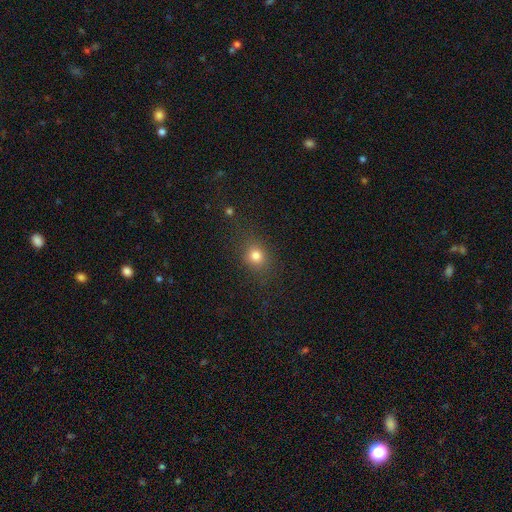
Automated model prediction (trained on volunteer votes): Smooth or featured? Predicted: smooth (p=0.77). How rounded? Predicted: round (p=0.71). Merging? Predicted: none (p=0.77).